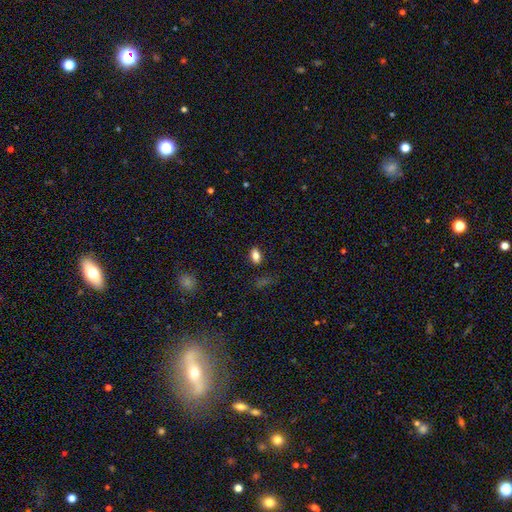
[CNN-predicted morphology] Smooth or featured? Predicted: smooth (p=0.81). How rounded? Predicted: in between (p=0.87). Merging? Predicted: none (p=0.86).